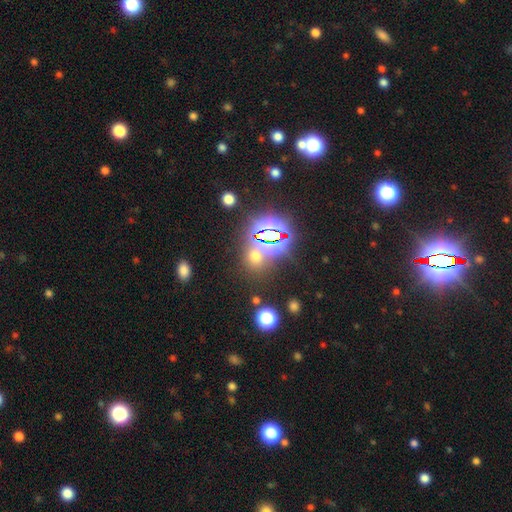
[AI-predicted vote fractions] The model was most divided on "smooth or featured": star or artifact: 51%, smooth: 41%, featured or disk: 8%.